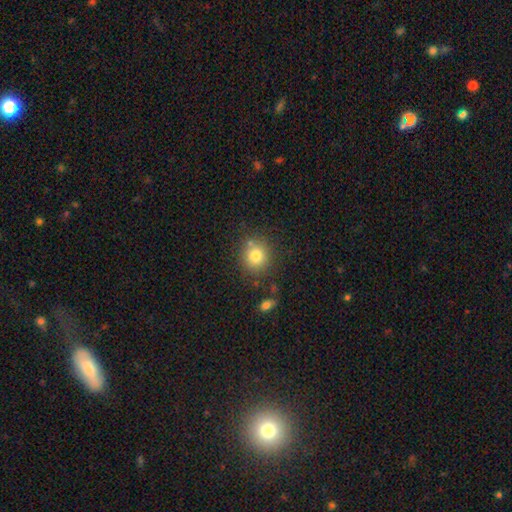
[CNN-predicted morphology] type=smooth (80%); roundness=round (87%); merging=none (78%).